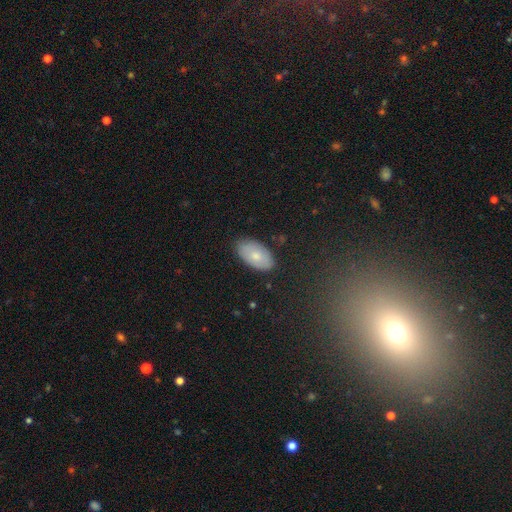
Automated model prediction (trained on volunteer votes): smooth-or-featured: smooth: 74% | featured or disk: 19% | star or artifact: 6%
  how-rounded: in between: 95% | round: 4% | cigar-shaped: 2%
  merging: none: 83% | minor disturbance: 13% | major disturbance: 2% | merger: 1%